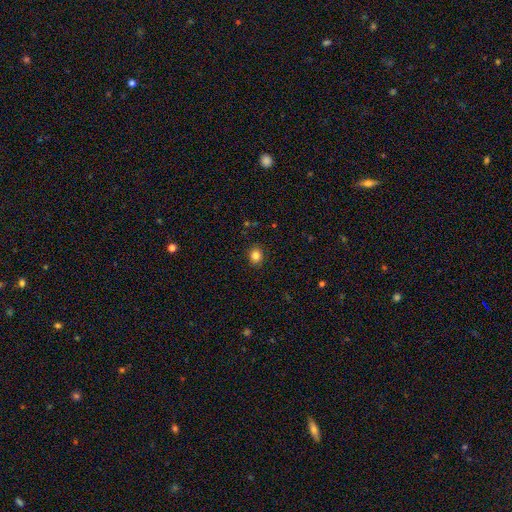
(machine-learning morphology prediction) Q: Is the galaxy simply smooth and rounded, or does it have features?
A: smooth — 84%.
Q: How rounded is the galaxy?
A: round — 65%.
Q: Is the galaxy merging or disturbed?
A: none — 90%.